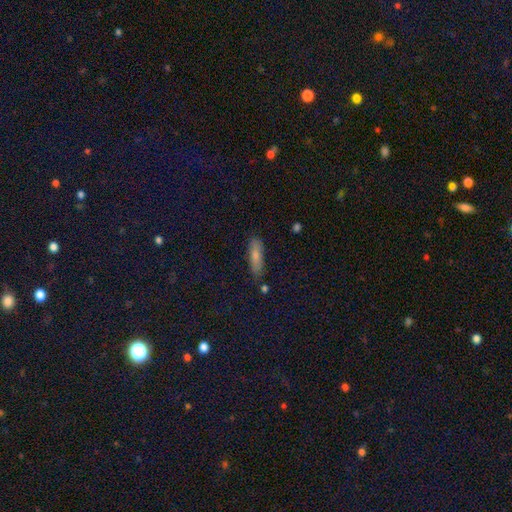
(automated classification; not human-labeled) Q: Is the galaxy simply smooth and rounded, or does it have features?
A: smooth — 77%.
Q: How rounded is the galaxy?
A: cigar-shaped — 56%.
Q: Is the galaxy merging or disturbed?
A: none — 78%.